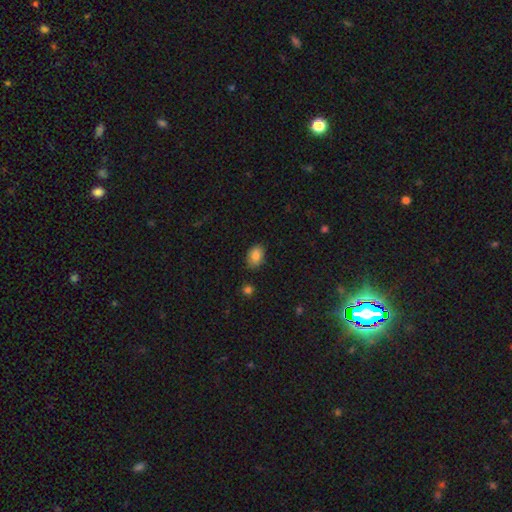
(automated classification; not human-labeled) smooth-or-featured: smooth: 85% | star or artifact: 8% | featured or disk: 7%
  how-rounded: in between: 84% | round: 15% | cigar-shaped: 1%
  merging: none: 82% | minor disturbance: 14% | major disturbance: 2% | merger: 2%